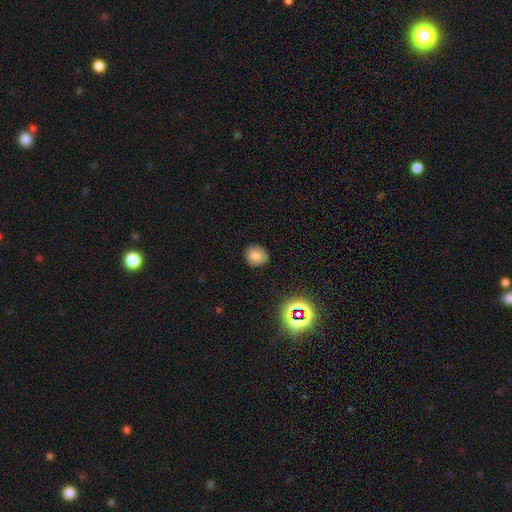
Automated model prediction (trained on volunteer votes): A smooth galaxy with no disk features (78%) that is round (82%). Merging: none (89%).